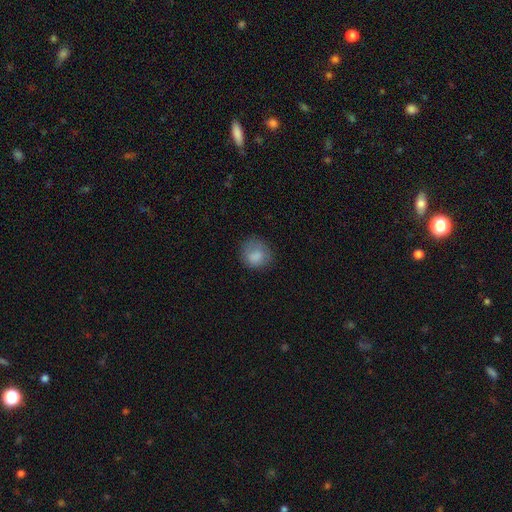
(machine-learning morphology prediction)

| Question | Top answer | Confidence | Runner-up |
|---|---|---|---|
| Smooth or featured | smooth | 82% | featured or disk (9%) |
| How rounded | round | 79% | in between (20%) |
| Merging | none | 68% | minor disturbance (21%) |